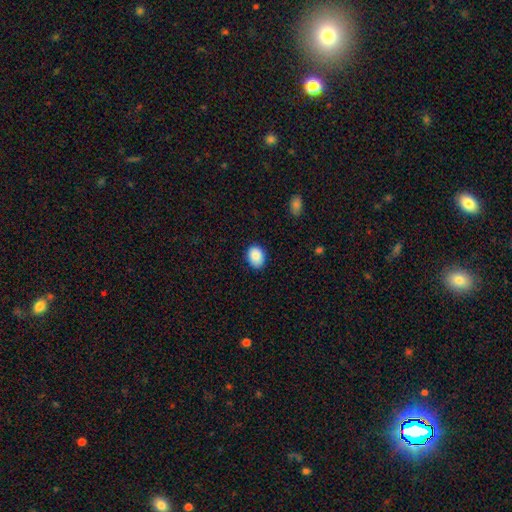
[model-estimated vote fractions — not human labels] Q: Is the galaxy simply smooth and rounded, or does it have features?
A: smooth — 88%.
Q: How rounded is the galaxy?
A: in between — 64%.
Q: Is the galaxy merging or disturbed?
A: none — 85%.